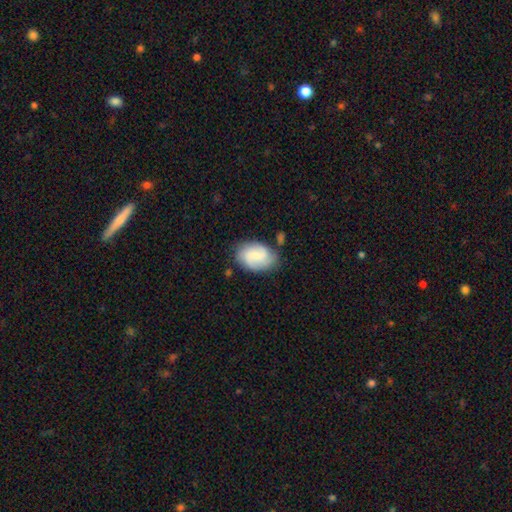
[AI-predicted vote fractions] smooth 55%, featured or disk 38%, star or artifact 7%. Down the decision tree: how rounded — in between (81%); merging — none (67%).